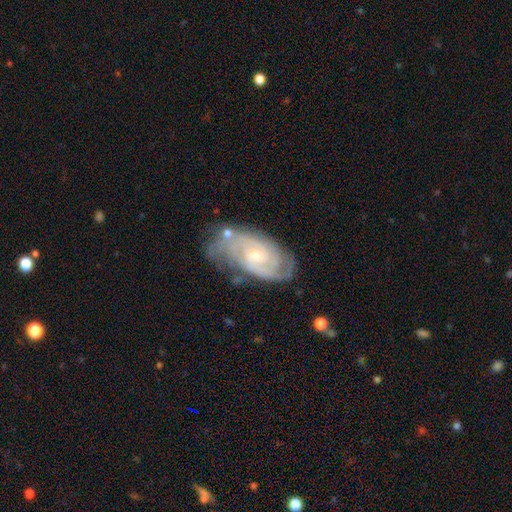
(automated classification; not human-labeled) smooth_or_featured: featured or disk (p=0.87) [alt: smooth p=0.07]
disk_edge_on: no (p=0.96) [alt: yes p=0.04]
bar: no (p=0.55) [alt: weak p=0.38]
has_spiral_arms: yes (p=0.97) [alt: no p=0.03]
spiral_winding: tight (p=0.66) [alt: medium p=0.28]
spiral_arm_count: 2 (p=0.44) [alt: can't tell p=0.23]
bulge_size: small (p=0.62) [alt: moderate p=0.34]
merging: none (p=0.65) [alt: minor disturbance p=0.23]